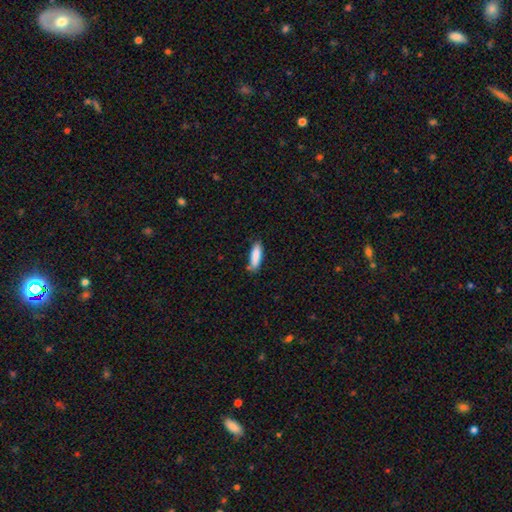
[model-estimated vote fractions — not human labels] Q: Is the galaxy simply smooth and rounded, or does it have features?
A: smooth — 86%.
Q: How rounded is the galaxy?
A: cigar-shaped — 54%.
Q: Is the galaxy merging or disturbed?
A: none — 74%.